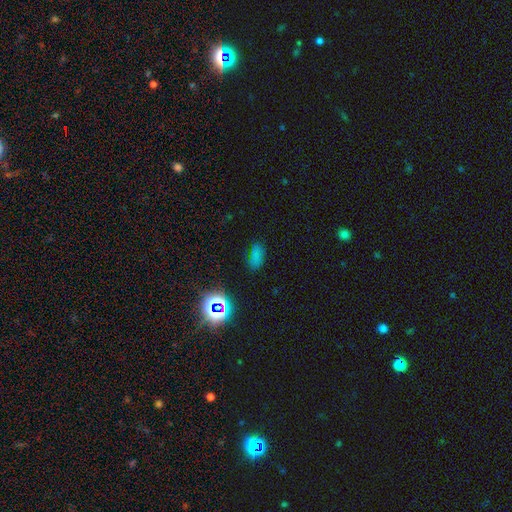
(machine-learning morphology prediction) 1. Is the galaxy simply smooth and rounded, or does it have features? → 64% smooth, 29% star or artifact, 7% featured or disk.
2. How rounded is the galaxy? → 89% in between, 7% round, 4% cigar-shaped.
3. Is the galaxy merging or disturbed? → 72% none, 19% minor disturbance, 7% major disturbance, 2% merger.